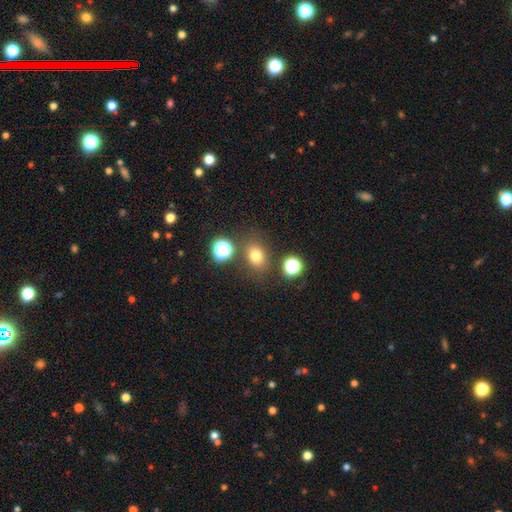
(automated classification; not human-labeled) Q: Smooth or featured?
A: smooth (75%); runner-up: star or artifact (17%)
Q: How rounded?
A: in between (51%); runner-up: round (48%)
Q: Merging?
A: none (78%); runner-up: minor disturbance (11%)